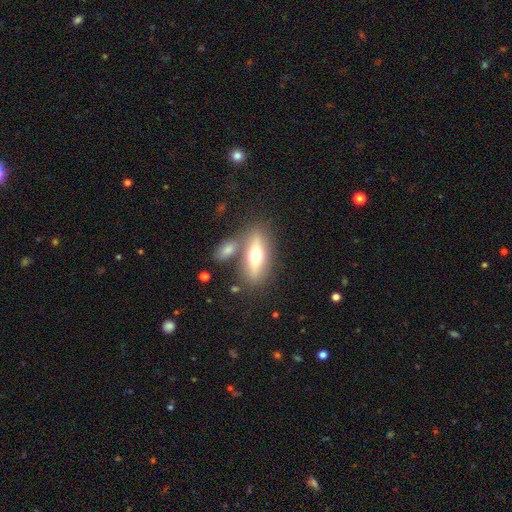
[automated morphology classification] A smooth galaxy with no disk features (54%) that is in between round and cigar-shaped (59%). Merging: none (65%).